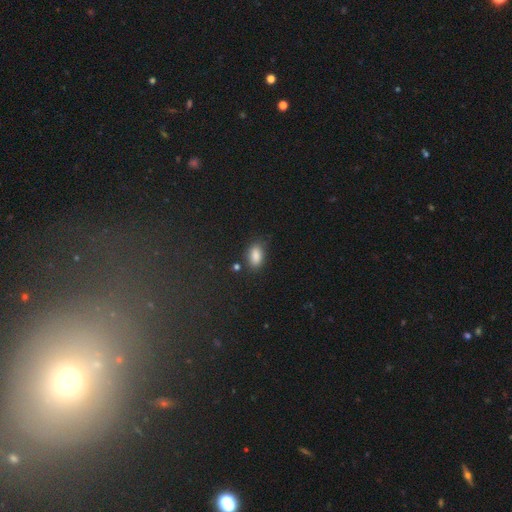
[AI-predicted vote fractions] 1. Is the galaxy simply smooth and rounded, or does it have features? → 86% smooth, 9% star or artifact, 5% featured or disk.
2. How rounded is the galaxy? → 91% in between, 6% round, 3% cigar-shaped.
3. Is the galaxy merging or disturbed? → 78% none, 16% minor disturbance, 3% major disturbance, 3% merger.